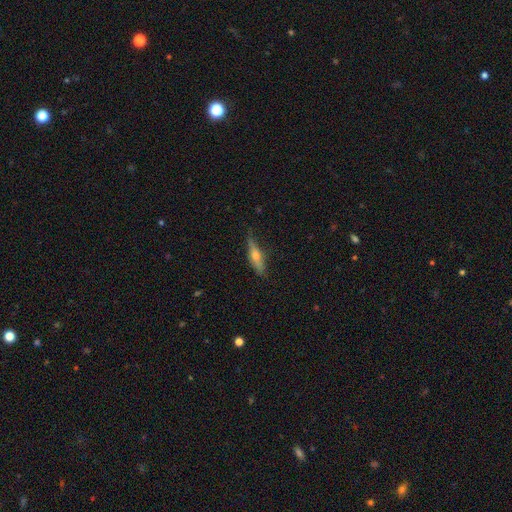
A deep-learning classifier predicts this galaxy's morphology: This appears to be a featured or disk galaxy (56%) viewed edge-on (93%) with a rounded central bulge (90%). Merging: none (76%).